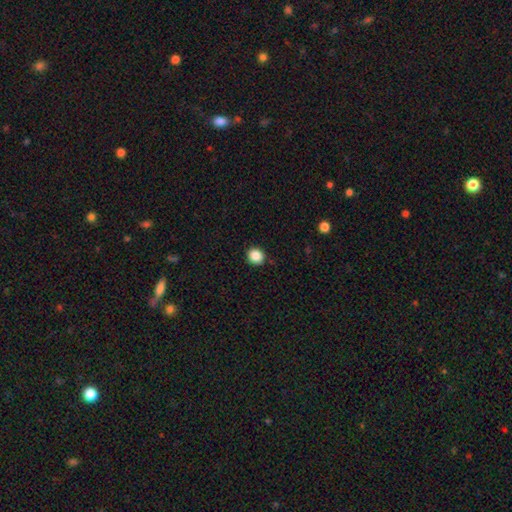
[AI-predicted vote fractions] This appears to be a smooth galaxy with no disk features (87%) that is round (85%). Merging: none (91%).